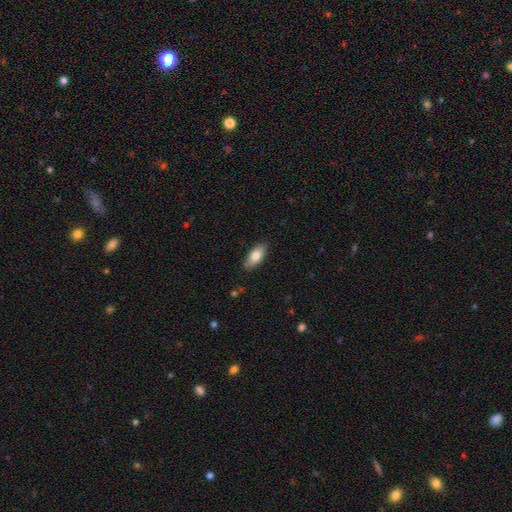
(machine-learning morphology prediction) smooth-or-featured: smooth: 79% | featured or disk: 14% | star or artifact: 6%
  how-rounded: in between: 85% | cigar-shaped: 13% | round: 2%
  merging: none: 84% | minor disturbance: 12% | major disturbance: 2% | merger: 1%